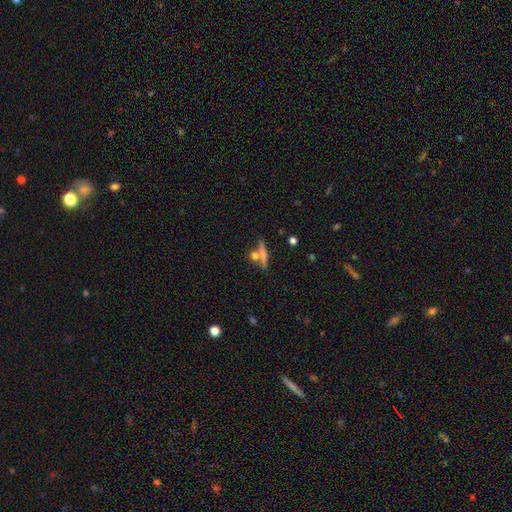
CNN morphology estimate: type=smooth (64%); roundness=cigar-shaped (65%); merging=none (60%).